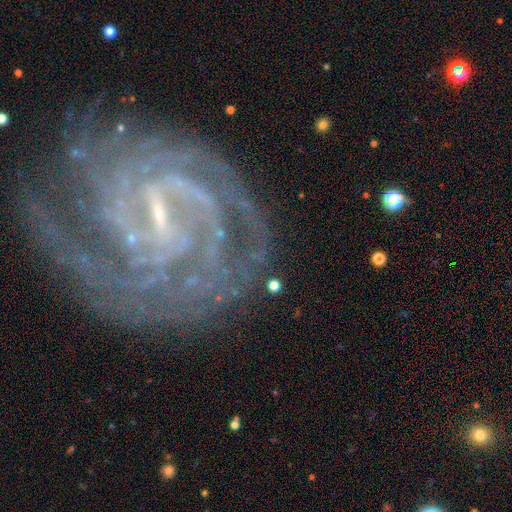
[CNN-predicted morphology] This appears to be a featured or disk galaxy (88%) with a strong bar (47%), tight (67%) spiral arms (95%) and a small central bulge (65%). Merging: none (71%).